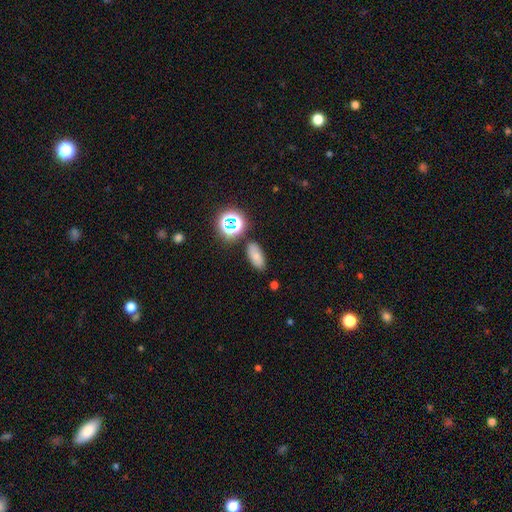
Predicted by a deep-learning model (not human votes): This appears to be a smooth galaxy with no disk features (70%) that is in between round and cigar-shaped (86%). Merging: none (81%).